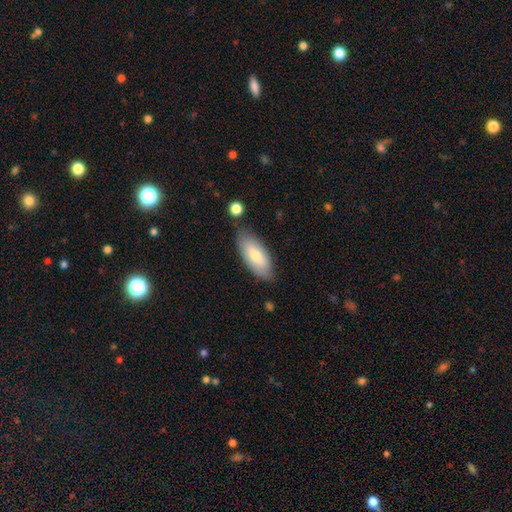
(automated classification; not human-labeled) Q: Smooth or featured?
A: smooth (72%); runner-up: featured or disk (22%)
Q: How rounded?
A: in between (83%); runner-up: cigar-shaped (15%)
Q: Merging?
A: none (74%); runner-up: minor disturbance (18%)